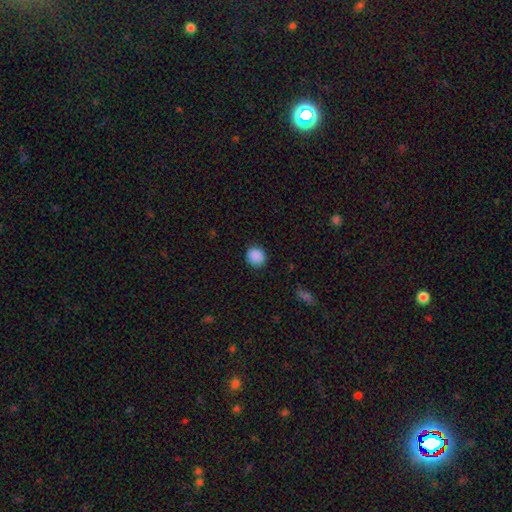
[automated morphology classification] This appears to be a smooth galaxy with no disk features (89%) that is round (85%). Merging: none (88%).